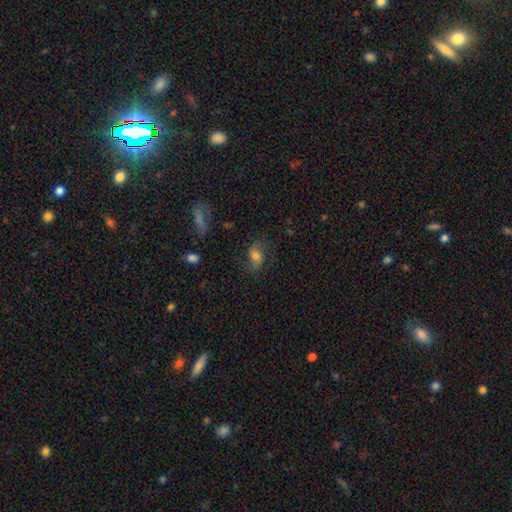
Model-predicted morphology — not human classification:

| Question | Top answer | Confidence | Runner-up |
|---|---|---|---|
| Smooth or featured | featured or disk | 48% | smooth (39%) |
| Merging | none | 66% | minor disturbance (18%) |